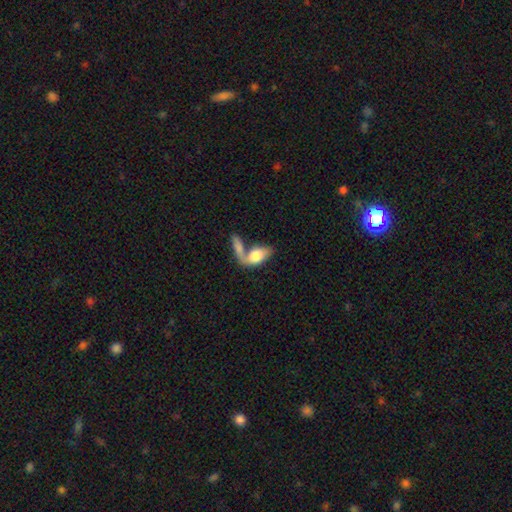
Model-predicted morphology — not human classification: smooth_or_featured: smooth (p=0.65) [alt: featured or disk p=0.29]
how_rounded: in between (p=0.85) [alt: cigar-shaped p=0.09]
merging: merger (p=0.64) [alt: none p=0.18]